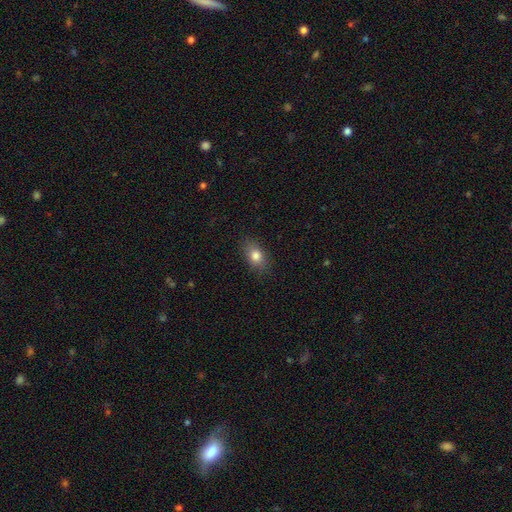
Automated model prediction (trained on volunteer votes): The model was most divided on "how rounded": in between: 76%, round: 22%, cigar-shaped: 3%. More confident: merging — none (84%); smooth or featured — smooth (81%).